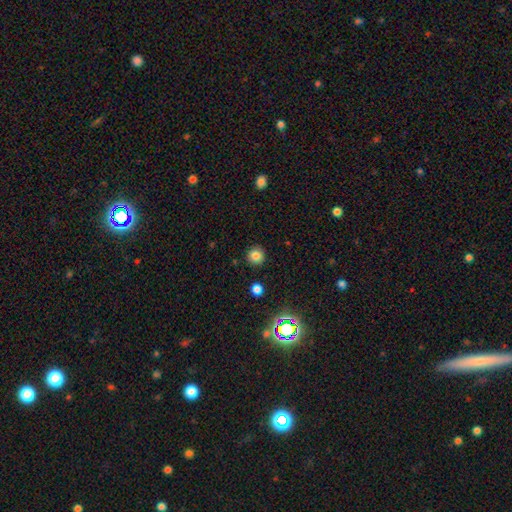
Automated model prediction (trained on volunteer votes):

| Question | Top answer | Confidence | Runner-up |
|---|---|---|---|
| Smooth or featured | smooth | 81% | star or artifact (14%) |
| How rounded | round | 94% | in between (5%) |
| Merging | none | 91% | minor disturbance (6%) |